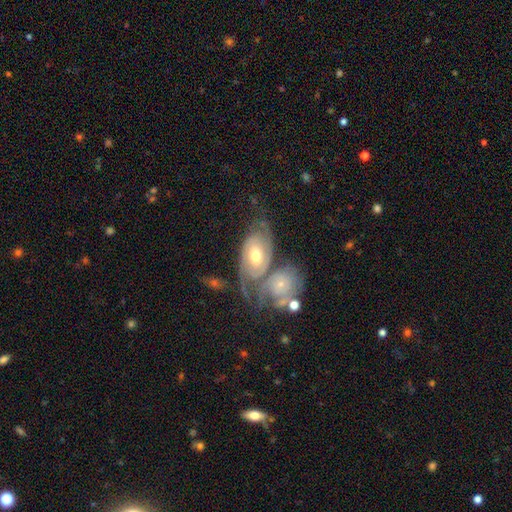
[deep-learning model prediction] A featured or disk galaxy (79%) with no bar (67%), 2 (67%) tight (57%) spiral arms (92%) and a moderate central bulge (61%). Merging: none (39%).